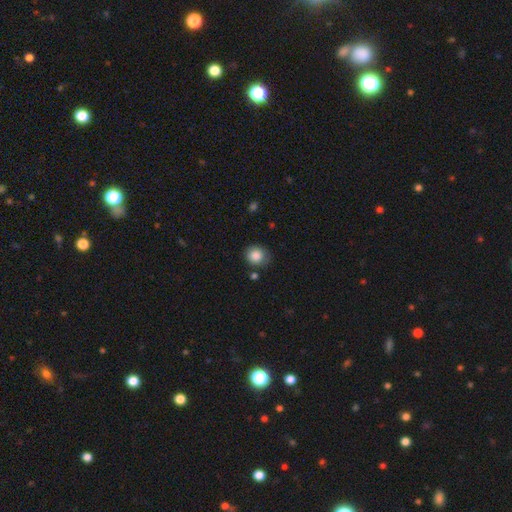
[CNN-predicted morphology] smooth-or-featured: smooth: 86% | star or artifact: 8% | featured or disk: 6%
  how-rounded: round: 81% | in between: 19% | cigar-shaped: 1%
  merging: none: 73% | minor disturbance: 19% | major disturbance: 4% | merger: 4%